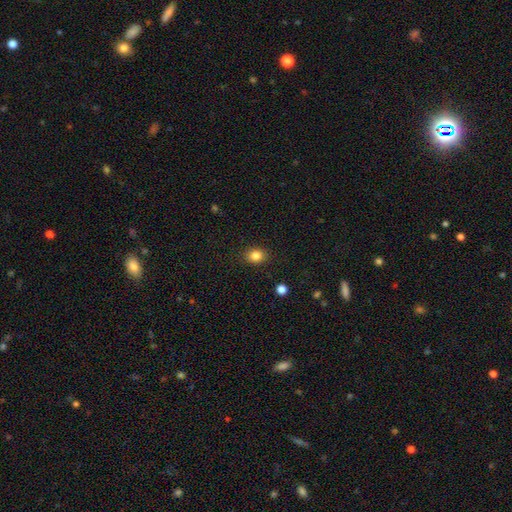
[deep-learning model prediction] Smooth or featured?
  - smooth: 84% *
  - star or artifact: 11%
  - featured or disk: 5%
How rounded?
  - round: 51% *
  - in between: 48%
  - cigar-shaped: 1%
Merging?
  - none: 88% *
  - minor disturbance: 8%
  - major disturbance: 2%
  - merger: 1%